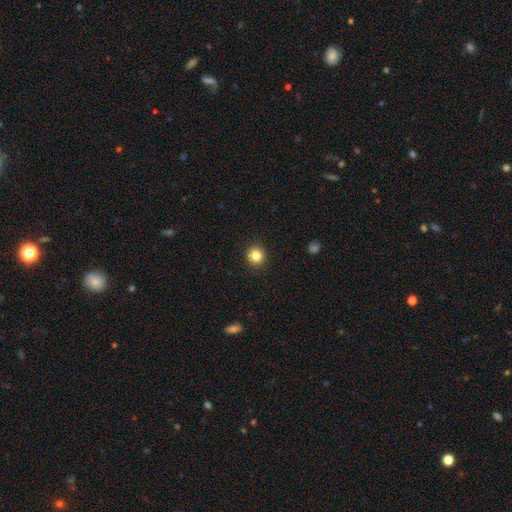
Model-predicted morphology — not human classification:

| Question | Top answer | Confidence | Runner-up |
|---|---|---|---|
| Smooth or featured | smooth | 83% | star or artifact (11%) |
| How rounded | round | 91% | in between (8%) |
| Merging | none | 92% | minor disturbance (5%) |